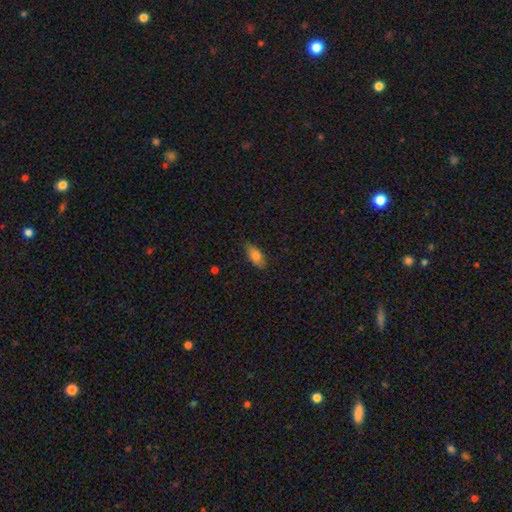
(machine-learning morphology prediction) Smooth or featured?
  - smooth: 75% *
  - featured or disk: 17%
  - star or artifact: 8%
How rounded?
  - in between: 81% *
  - cigar-shaped: 16%
  - round: 3%
Merging?
  - none: 77% *
  - minor disturbance: 19%
  - major disturbance: 3%
  - merger: 1%